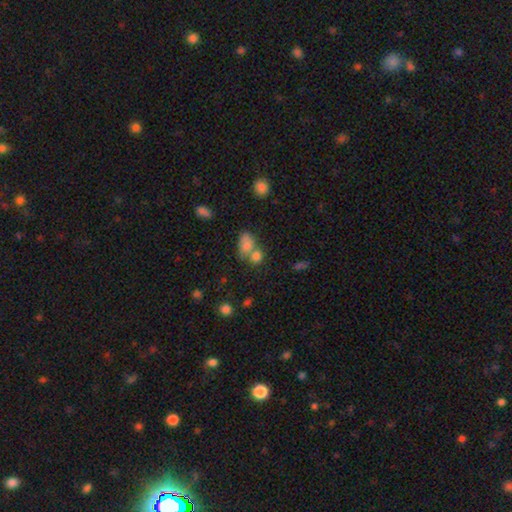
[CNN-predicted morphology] A smooth galaxy with no disk features (76%) that is in between round and cigar-shaped (58%). Merging: merger (51%).